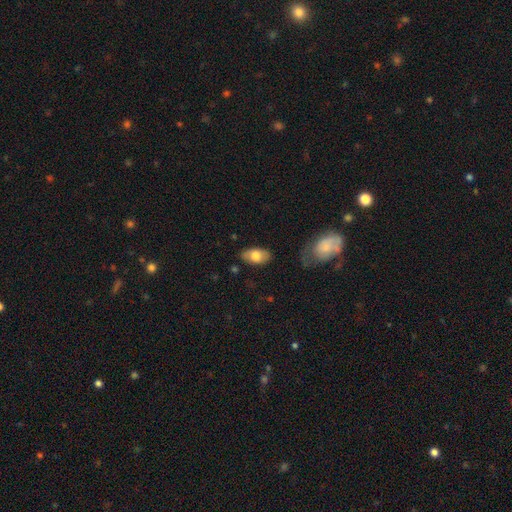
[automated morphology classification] smooth-or-featured: smooth: 73% | featured or disk: 21% | star or artifact: 6%
  how-rounded: in between: 92% | round: 5% | cigar-shaped: 2%
  merging: none: 80% | minor disturbance: 14% | major disturbance: 4% | merger: 2%